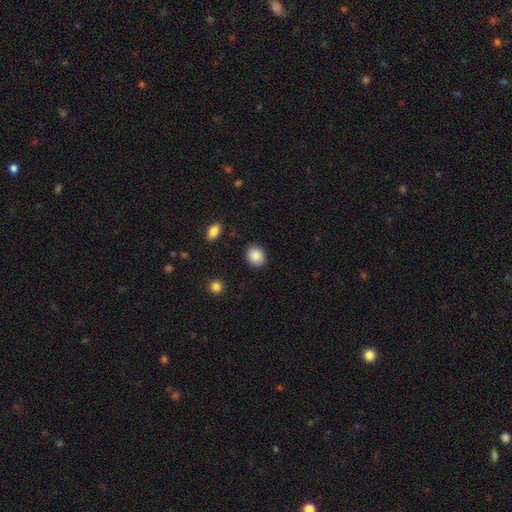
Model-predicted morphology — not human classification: smooth_or_featured: smooth (p=0.88) [alt: star or artifact p=0.08]
how_rounded: round (p=0.64) [alt: in between p=0.35]
merging: none (p=0.89) [alt: minor disturbance p=0.07]